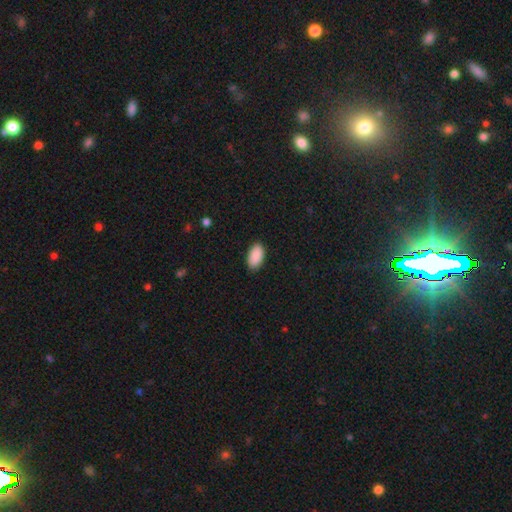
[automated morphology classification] Smooth or featured?
  - smooth: 91% *
  - star or artifact: 6%
  - featured or disk: 2%
How rounded?
  - in between: 95% *
  - round: 3%
  - cigar-shaped: 2%
Merging?
  - none: 88% *
  - minor disturbance: 9%
  - major disturbance: 2%
  - merger: 1%